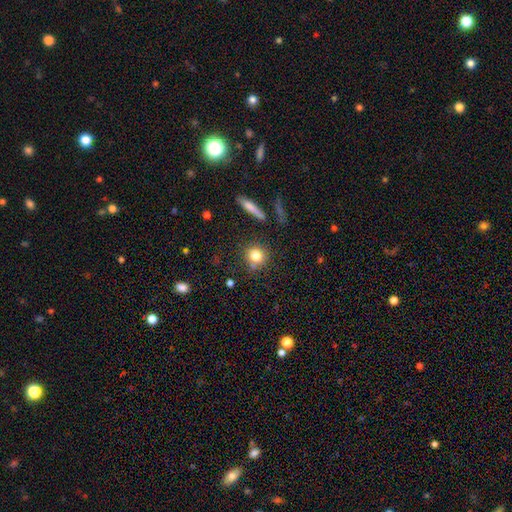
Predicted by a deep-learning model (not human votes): smooth-or-featured: smooth: 80% | star or artifact: 11% | featured or disk: 9%
  how-rounded: round: 87% | in between: 11% | cigar-shaped: 2%
  merging: none: 80% | minor disturbance: 10% | merger: 7% | major disturbance: 4%